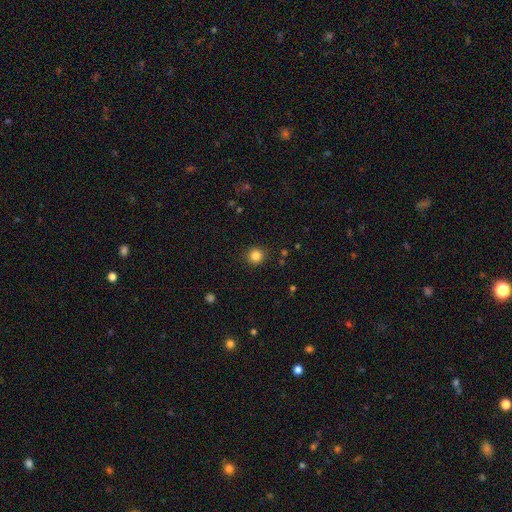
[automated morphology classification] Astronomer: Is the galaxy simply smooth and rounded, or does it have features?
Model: smooth — 84%.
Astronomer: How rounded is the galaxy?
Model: round — 93%.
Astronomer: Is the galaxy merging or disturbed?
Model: none — 91%.